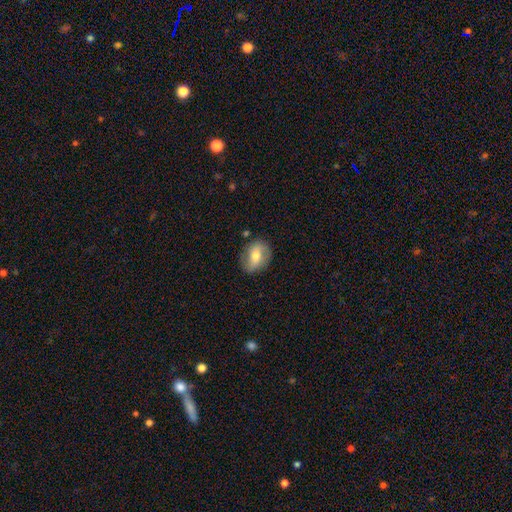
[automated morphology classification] A smooth galaxy with no disk features (51%) that is in between round and cigar-shaped (58%).

Vote fractions:
- Smooth or featured? smooth: 51% / featured or disk: 42% / star or artifact: 7%
- How rounded? in between: 58% / round: 40% / cigar-shaped: 2%
- Merging? none: 80% / minor disturbance: 14% / major disturbance: 4% / merger: 2%